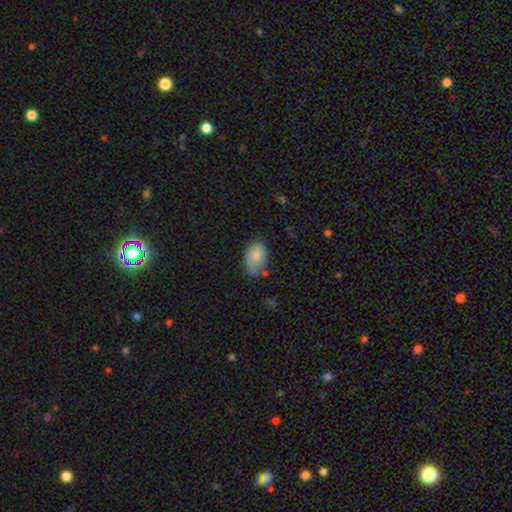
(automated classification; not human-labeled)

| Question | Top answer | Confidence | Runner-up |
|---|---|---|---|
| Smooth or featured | smooth | 79% | featured or disk (13%) |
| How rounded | in between | 83% | round (16%) |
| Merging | none | 47% | minor disturbance (34%) |